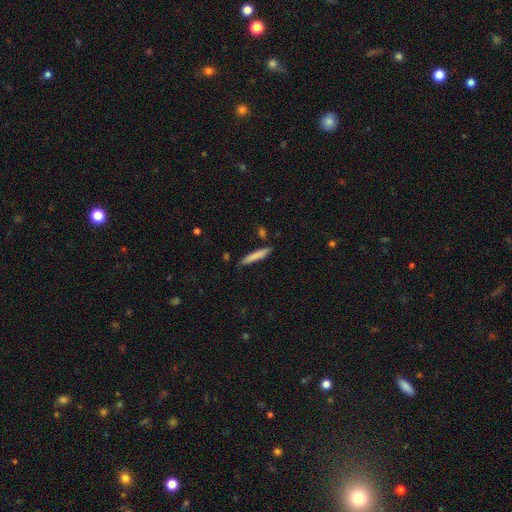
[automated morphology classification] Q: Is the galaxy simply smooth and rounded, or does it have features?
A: smooth — 79%.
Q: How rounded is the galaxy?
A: cigar-shaped — 93%.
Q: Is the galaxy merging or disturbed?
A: none — 84%.